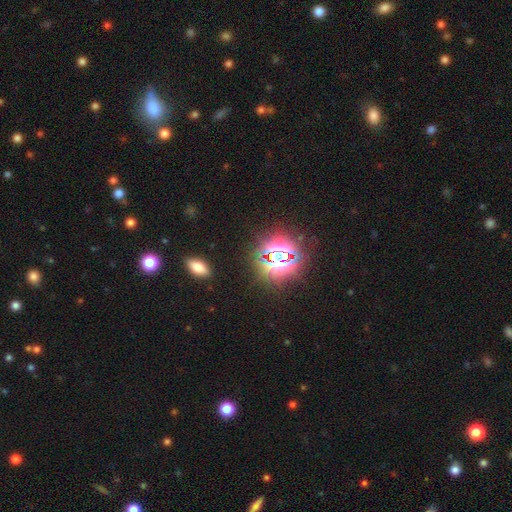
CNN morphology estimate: smooth-or-featured: star or artifact: 79% | smooth: 14% | featured or disk: 7%